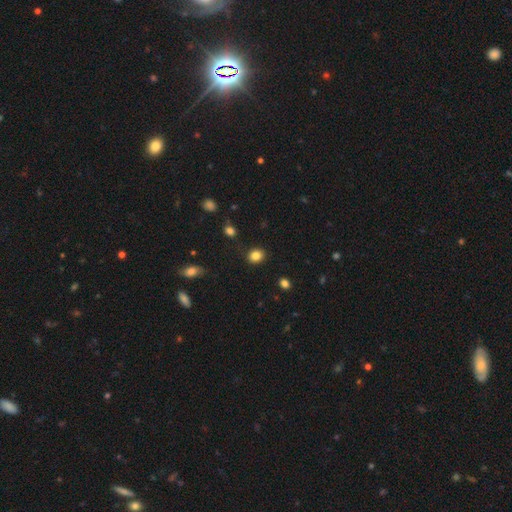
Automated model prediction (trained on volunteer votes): A smooth galaxy with no disk features (85%) that is round (63%).

Vote fractions:
- Smooth or featured? smooth: 85% / star or artifact: 10% / featured or disk: 5%
- How rounded? round: 63% / in between: 36% / cigar-shaped: 1%
- Merging? none: 86% / minor disturbance: 10% / major disturbance: 3% / merger: 2%